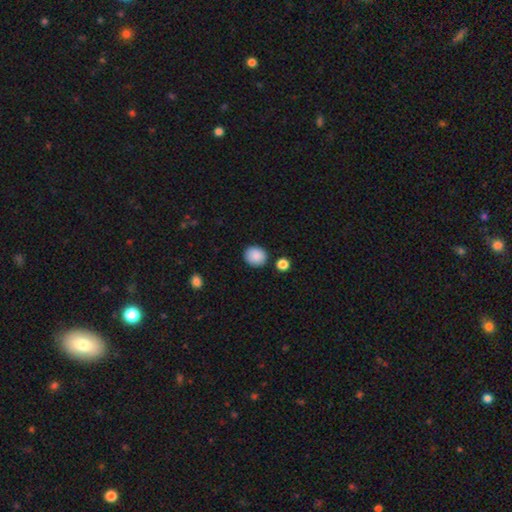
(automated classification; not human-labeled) Smooth or featured? Predicted: smooth (p=0.88). How rounded? Predicted: round (p=0.76). Merging? Predicted: none (p=0.86).